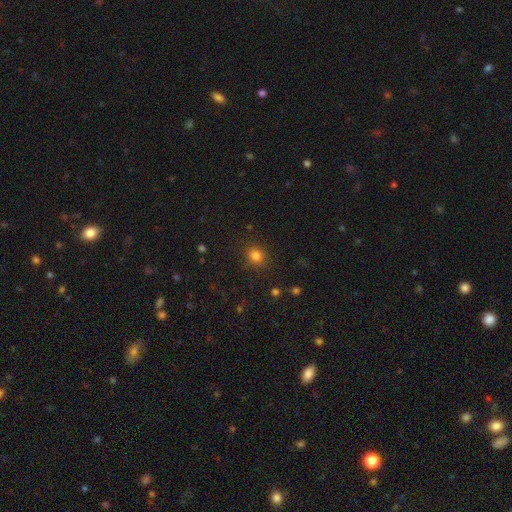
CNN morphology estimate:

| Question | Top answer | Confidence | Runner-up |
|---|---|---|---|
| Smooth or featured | smooth | 80% | star or artifact (15%) |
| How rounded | round | 83% | in between (16%) |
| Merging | none | 86% | minor disturbance (9%) |